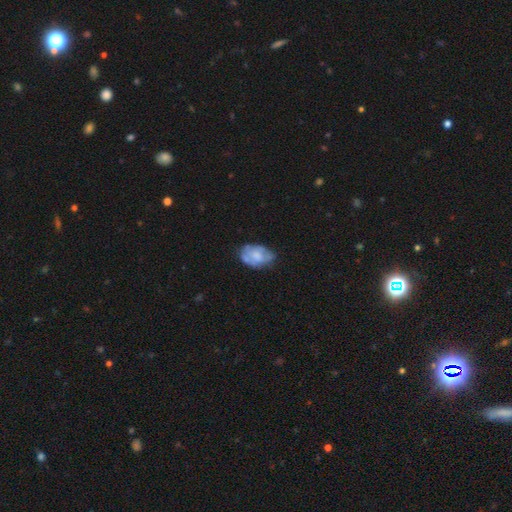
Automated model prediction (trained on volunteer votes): Morphology: type=smooth (48%); merging=none (56%).